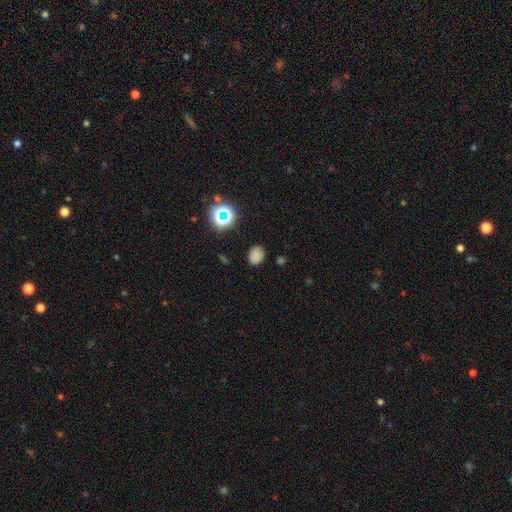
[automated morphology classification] Smooth or featured?
  - smooth: 75% *
  - star or artifact: 20%
  - featured or disk: 5%
How rounded?
  - round: 53% *
  - in between: 46%
  - cigar-shaped: 1%
Merging?
  - none: 82% *
  - minor disturbance: 12%
  - major disturbance: 3%
  - merger: 2%